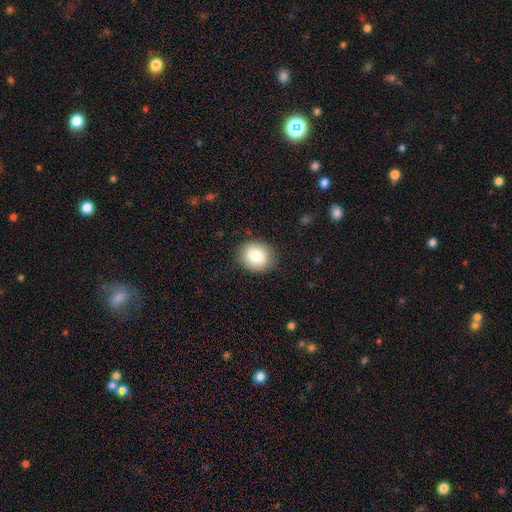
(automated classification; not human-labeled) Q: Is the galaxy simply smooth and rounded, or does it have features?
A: smooth — 84%.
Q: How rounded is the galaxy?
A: round — 50%.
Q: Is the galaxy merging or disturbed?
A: none — 85%.